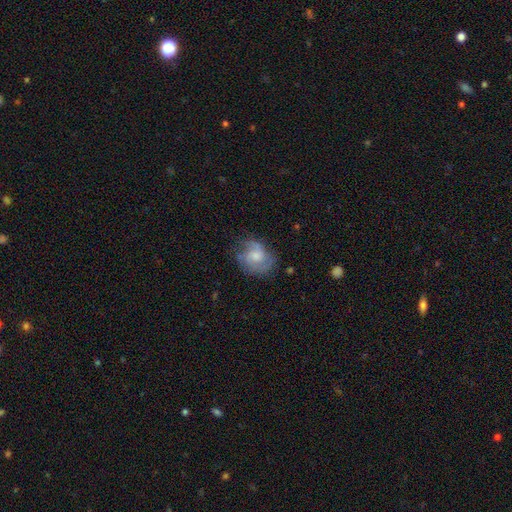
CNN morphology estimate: Smooth or featured? Predicted: featured or disk (p=0.66). Edge-on disk? Predicted: no (p=0.98). Bar? Predicted: no (p=0.63). Spiral arms? Predicted: yes (p=0.88). Spiral winding? Predicted: medium (p=0.48). Spiral arm count? Predicted: 2 (p=0.53). Bulge size? Predicted: small (p=0.41). Merging? Predicted: none (p=0.61).